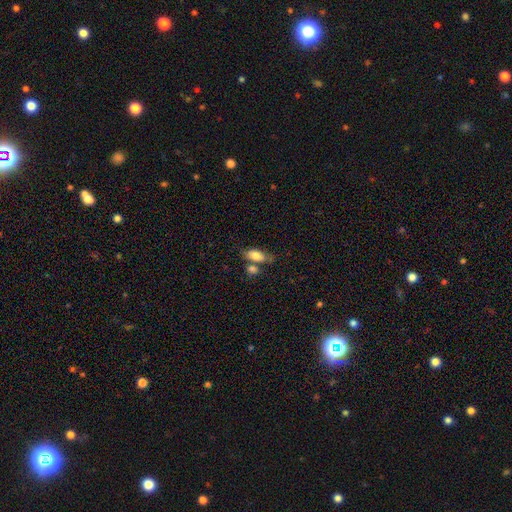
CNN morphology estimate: The model was most divided on "merging": none: 49%, merger: 29%, minor disturbance: 16%, major disturbance: 6%. More confident: how rounded — in between (86%); smooth or featured — smooth (80%).